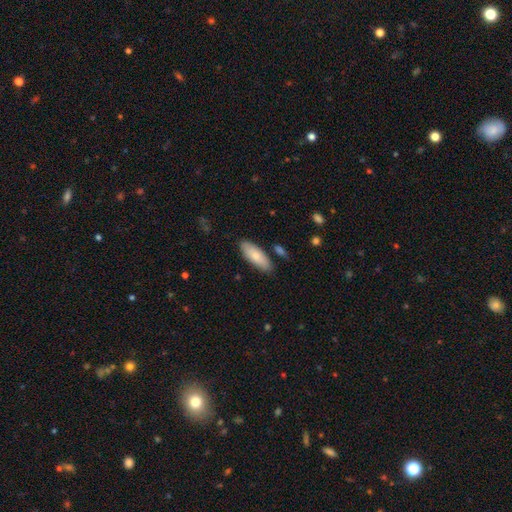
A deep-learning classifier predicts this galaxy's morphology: Smooth or featured: smooth — 77% (featured or disk — 17%)
How rounded: in between — 69% (cigar-shaped — 29%)
Merging: none — 83% (minor disturbance — 12%)